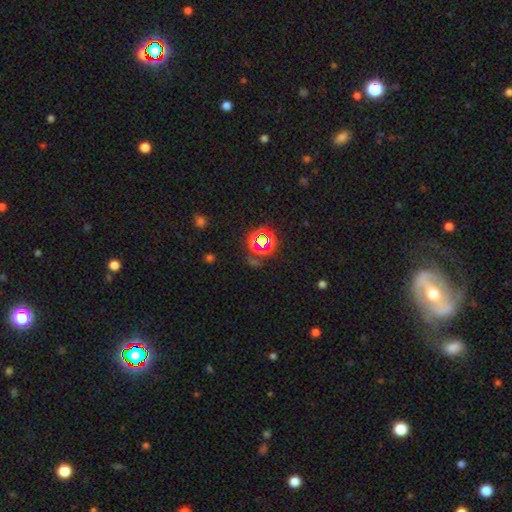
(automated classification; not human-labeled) smooth-or-featured: star or artifact: 57% | smooth: 30% | featured or disk: 13%